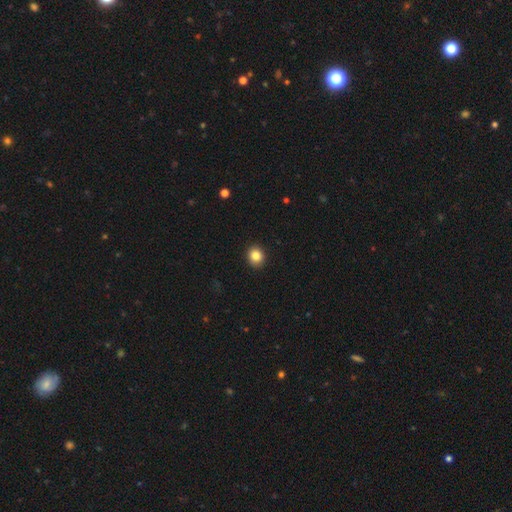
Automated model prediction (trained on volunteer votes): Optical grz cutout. It shows a smooth galaxy with no disk features (85%) that is round (76%). Merging: none (92%).